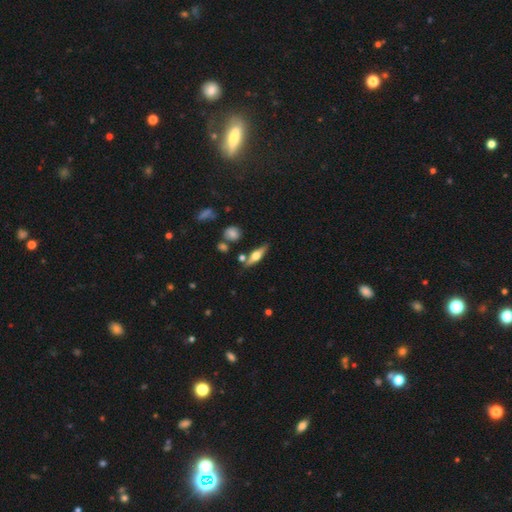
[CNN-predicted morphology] Smooth or featured? Predicted: featured or disk (p=0.59). Edge-on disk? Predicted: yes (p=0.94). Edge-on bulge? Predicted: rounded (p=0.92). Merging? Predicted: none (p=0.78).